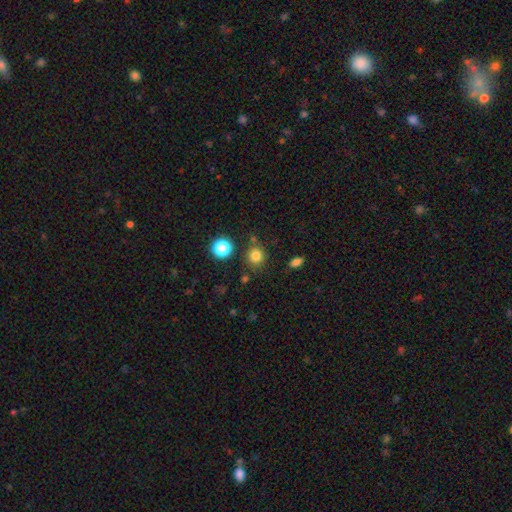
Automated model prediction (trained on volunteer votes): A smooth galaxy with no disk features (81%) that is round (87%). Merging: none (80%).